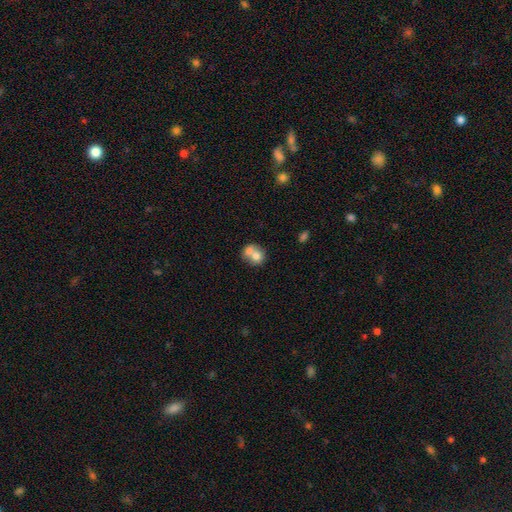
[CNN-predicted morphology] Smooth or featured? smooth (67%)
How rounded? round (69%)
Merging? merger (64%)